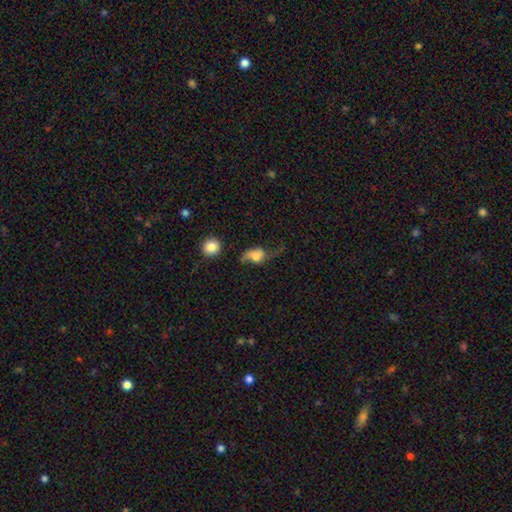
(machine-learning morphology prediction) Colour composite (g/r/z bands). It shows a featured or disk galaxy (59%) with no bar (64%), spiral arms (84%) and a moderate central bulge (39%). Merging: none (40%).